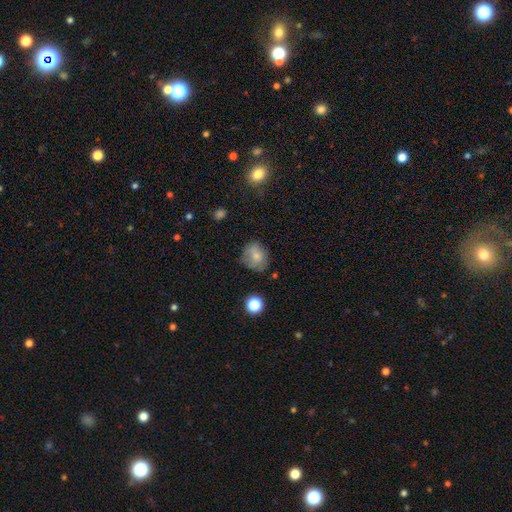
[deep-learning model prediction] smooth 75%, featured or disk 14%, star or artifact 10%. Down the decision tree: how rounded — round (61%); merging — none (68%).